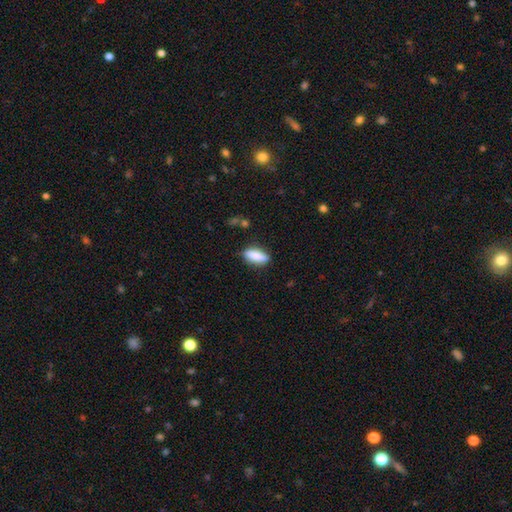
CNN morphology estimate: Q: Smooth or featured?
A: smooth (82%); runner-up: featured or disk (12%)
Q: How rounded?
A: in between (68%); runner-up: cigar-shaped (30%)
Q: Merging?
A: none (80%); runner-up: minor disturbance (14%)